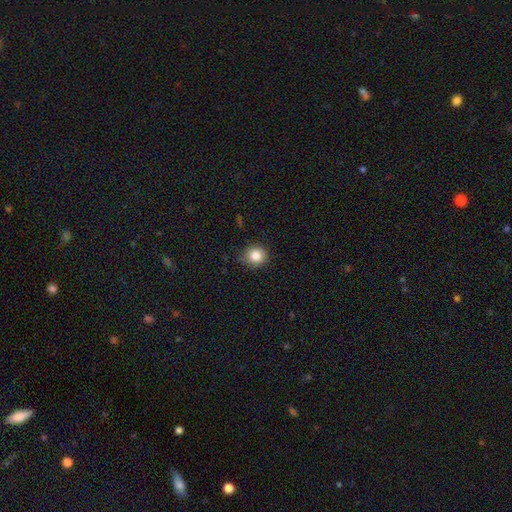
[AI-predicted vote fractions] This appears to be a smooth galaxy with no disk features (84%) that is round (86%). Merging: none (79%).